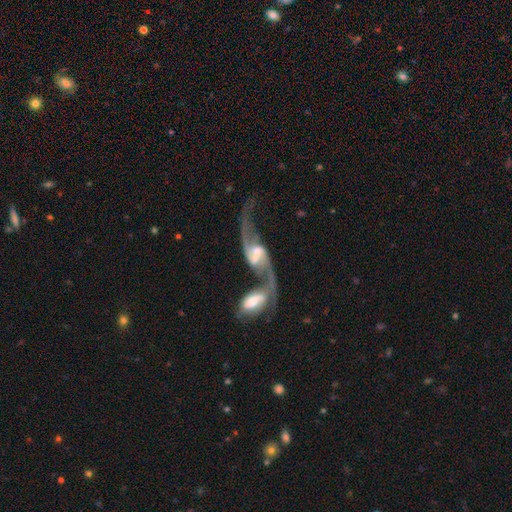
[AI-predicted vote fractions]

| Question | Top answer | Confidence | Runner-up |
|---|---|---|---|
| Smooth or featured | featured or disk | 89% | smooth (6%) |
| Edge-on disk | no | 95% | yes (5%) |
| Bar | weak | 46% | strong (34%) |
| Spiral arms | yes | 95% | no (5%) |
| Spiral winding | loose | 81% | medium (15%) |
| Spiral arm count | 2 | 92% | 1 (3%) |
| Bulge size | small | 39% | moderate (38%) |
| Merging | merger | 63% | none (21%) |